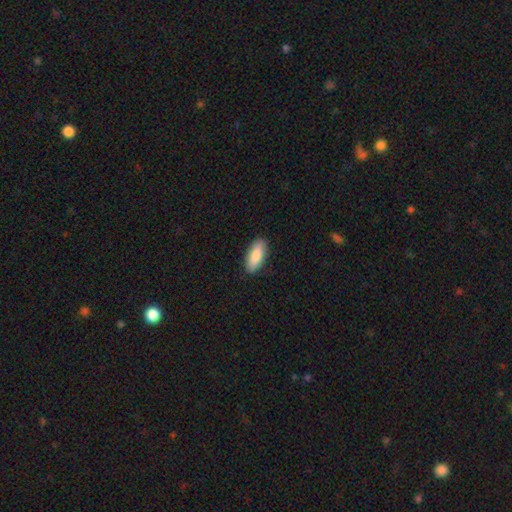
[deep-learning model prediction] The model was most divided on "how rounded": in between: 81%, cigar-shaped: 17%, round: 2%. More confident: merging — none (89%); smooth or featured — smooth (84%).